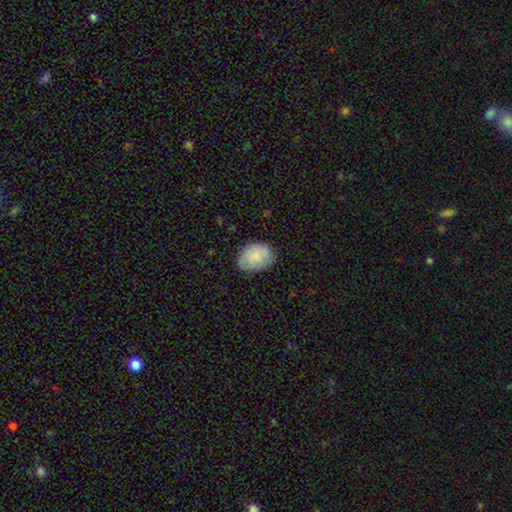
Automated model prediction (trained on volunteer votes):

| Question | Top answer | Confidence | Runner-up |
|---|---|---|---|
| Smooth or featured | smooth | 76% | featured or disk (17%) |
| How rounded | in between | 72% | round (27%) |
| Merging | none | 71% | minor disturbance (23%) |